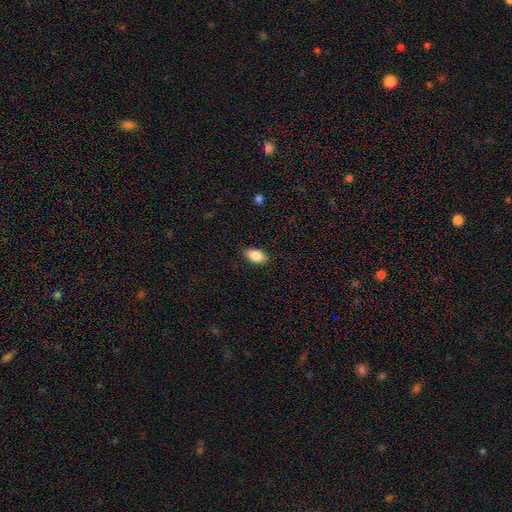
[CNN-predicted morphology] Smooth or featured? smooth (86%)
How rounded? in between (91%)
Merging? none (86%)